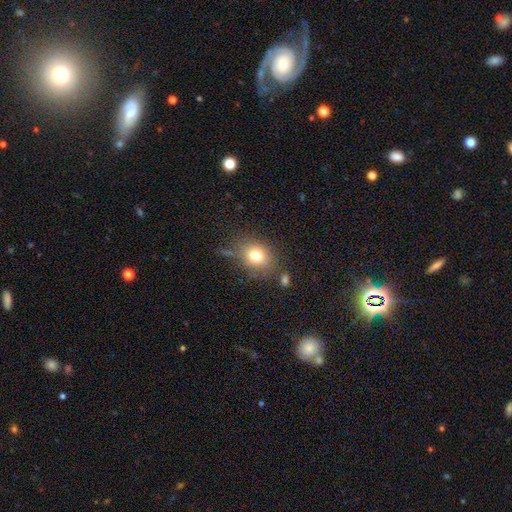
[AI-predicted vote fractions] Smooth or featured: smooth — 78% (featured or disk — 12%)
How rounded: round — 51% (in between — 47%)
Merging: none — 66% (minor disturbance — 19%)